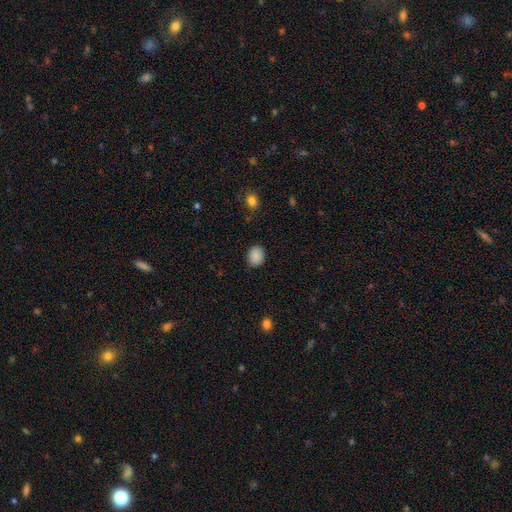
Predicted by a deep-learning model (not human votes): Overall: smooth (89%). How rounded: in between (51%; round 48%). Merging: none (86%).